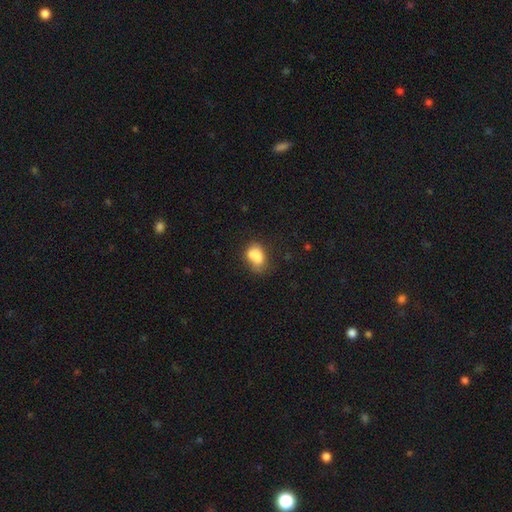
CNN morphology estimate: type=smooth (75%); roundness=in between (76%); merging=merger (35%).